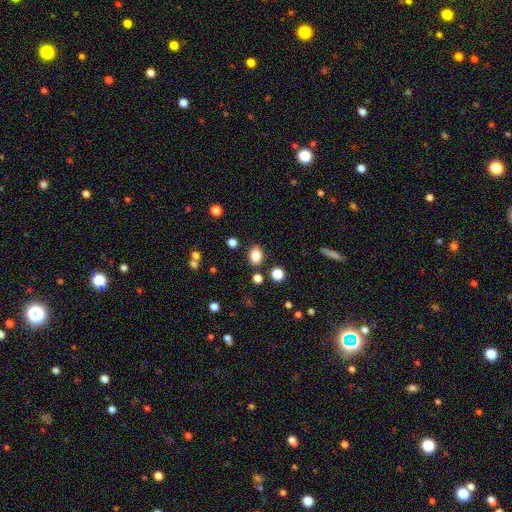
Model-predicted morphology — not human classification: type=smooth (83%); roundness=in between (67%); merging=none (82%).